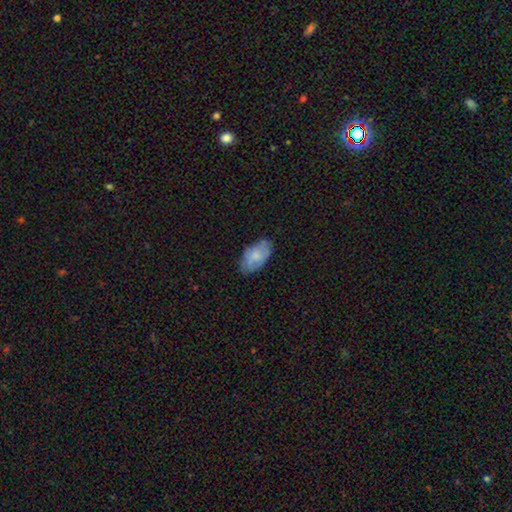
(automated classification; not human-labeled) A smooth galaxy with no disk features (66%) that is in between round and cigar-shaped (94%). Merging: none (72%).